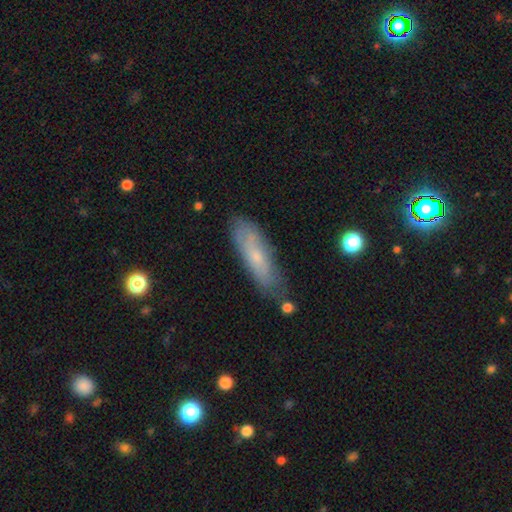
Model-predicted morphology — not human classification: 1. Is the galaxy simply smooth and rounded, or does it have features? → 53% smooth, 40% featured or disk, 7% star or artifact.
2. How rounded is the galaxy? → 59% cigar-shaped, 39% in between, 2% round.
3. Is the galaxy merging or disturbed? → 72% none, 20% minor disturbance, 5% major disturbance, 3% merger.